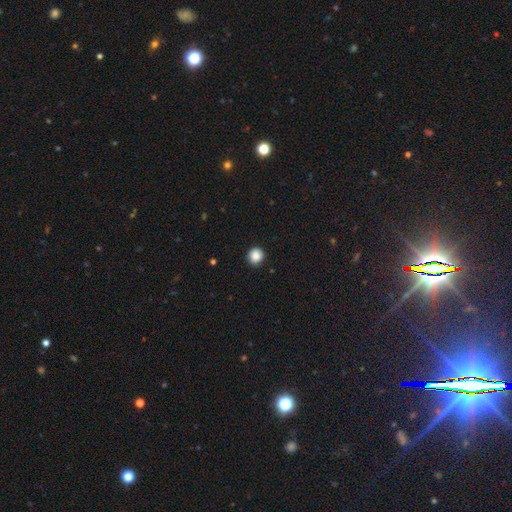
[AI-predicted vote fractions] A smooth galaxy with no disk features (87%) that is round (89%). Merging: none (87%).